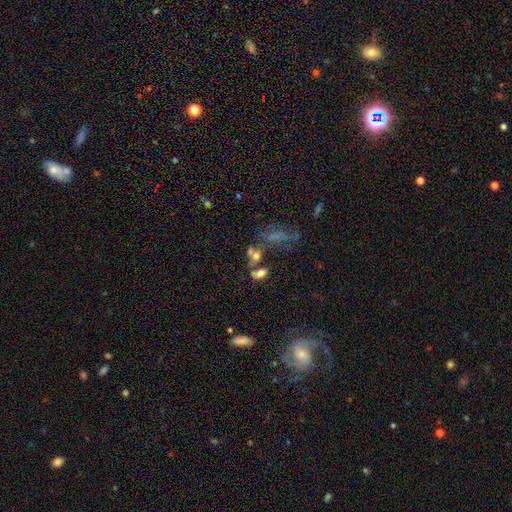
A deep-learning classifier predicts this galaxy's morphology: smooth 59%, featured or disk 23%, star or artifact 18%. Down the decision tree: how rounded — in between (71%); merging — merger (43%).